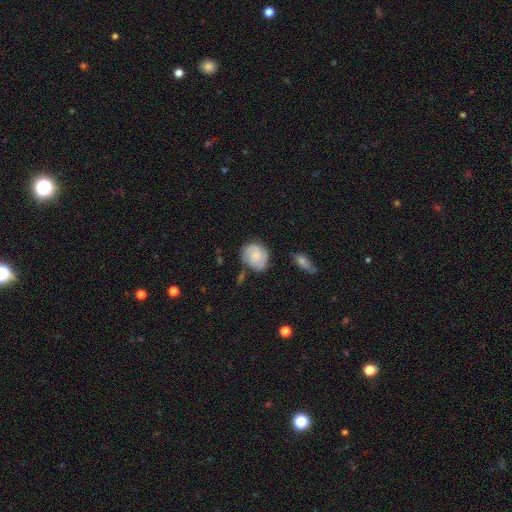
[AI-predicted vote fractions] This is possibly a smooth galaxy (49%). Merging: likely none (66%).